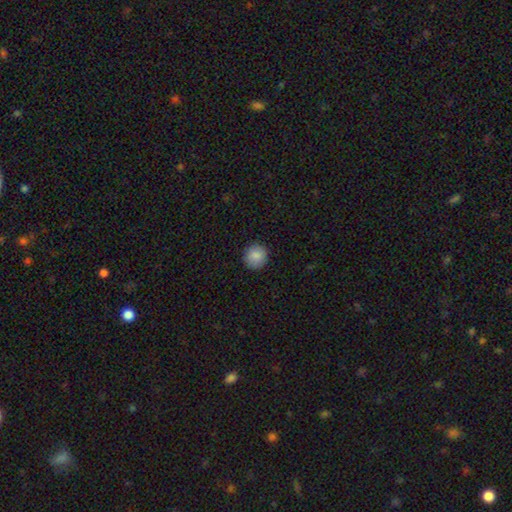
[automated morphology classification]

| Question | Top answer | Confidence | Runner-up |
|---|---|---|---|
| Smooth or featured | smooth | 87% | star or artifact (8%) |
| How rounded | round | 93% | in between (6%) |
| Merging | none | 91% | minor disturbance (7%) |